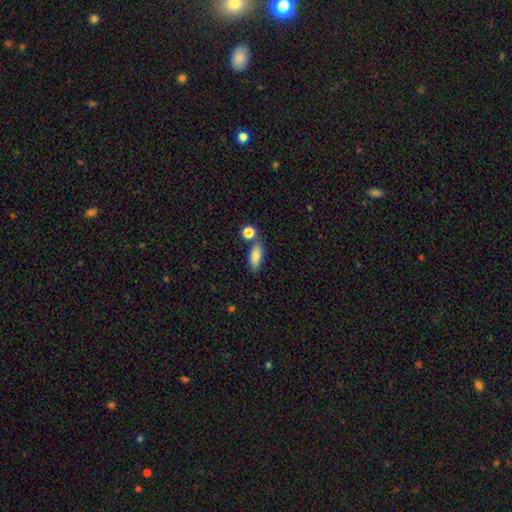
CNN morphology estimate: This appears to be a smooth galaxy with no disk features (86%) that is in between round and cigar-shaped (78%). Merging: none (67%).